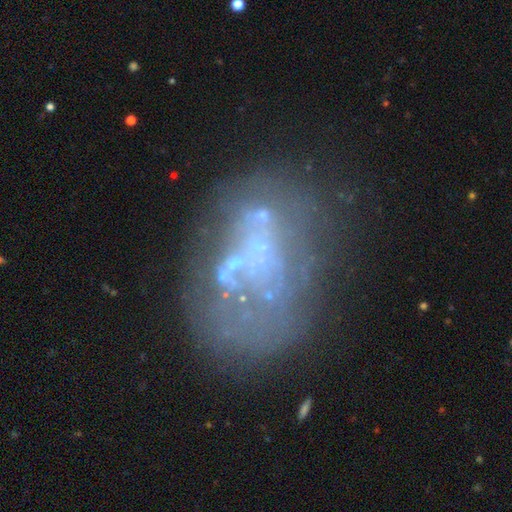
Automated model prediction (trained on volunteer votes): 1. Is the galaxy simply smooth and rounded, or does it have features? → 61% featured or disk, 22% smooth, 18% star or artifact.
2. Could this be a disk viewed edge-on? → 98% no, 2% yes.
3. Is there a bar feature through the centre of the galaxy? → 92% no, 5% weak, 2% strong.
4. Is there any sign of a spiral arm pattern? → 91% no, 9% yes.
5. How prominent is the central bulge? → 72% none, 20% small, 5% moderate, 2% large, 1% dominant.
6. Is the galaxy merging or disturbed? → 44% none, 25% major disturbance, 18% minor disturbance, 13% merger.